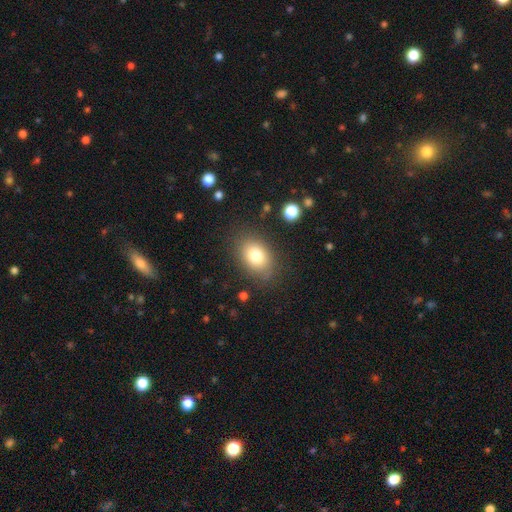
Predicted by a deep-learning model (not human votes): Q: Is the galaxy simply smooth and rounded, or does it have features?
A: smooth — 79%.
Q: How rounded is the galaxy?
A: in between — 77%.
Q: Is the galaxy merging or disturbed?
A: none — 80%.